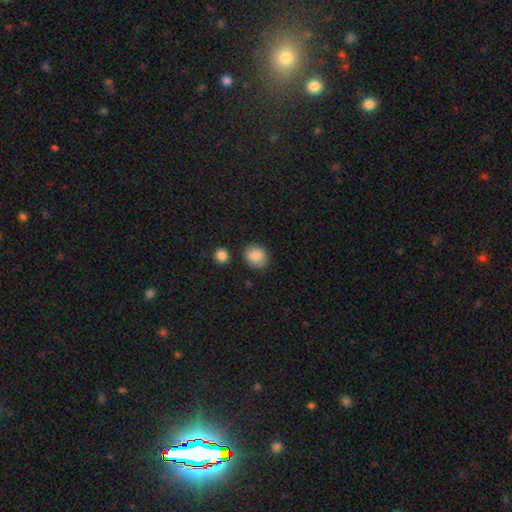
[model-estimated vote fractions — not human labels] The model was most divided on "how rounded": round: 66%, in between: 33%, cigar-shaped: 1%. More confident: smooth or featured — smooth (87%); merging — none (84%).